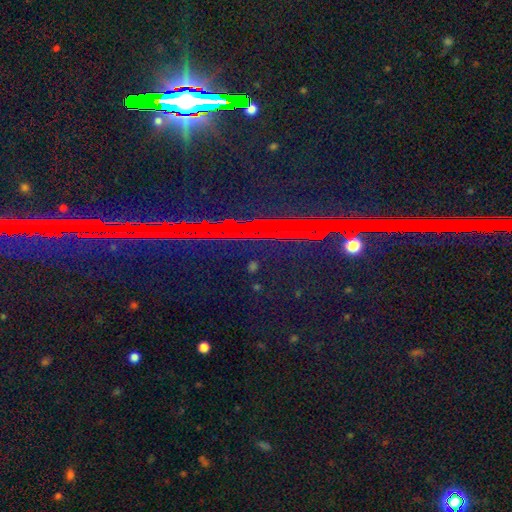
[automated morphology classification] type=star or artifact (82%).